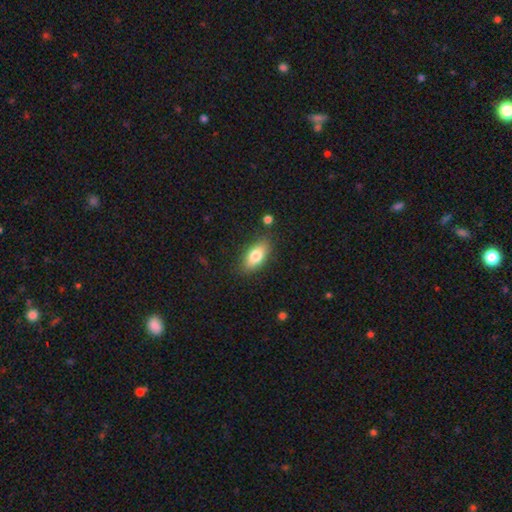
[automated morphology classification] smooth 78%, featured or disk 15%, star or artifact 7%. Down the decision tree: how rounded — in between (86%); merging — none (82%).